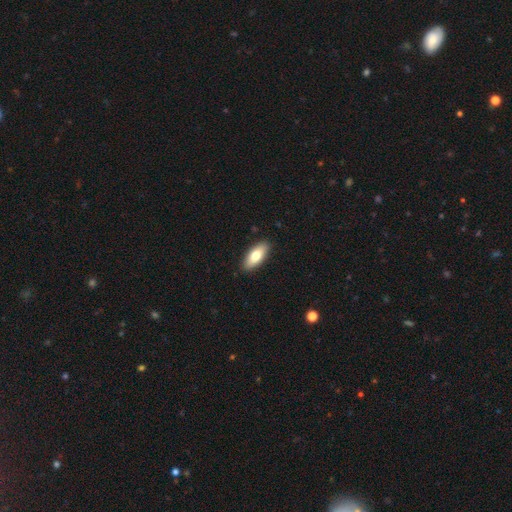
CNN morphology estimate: Overall: smooth (75%). How rounded: in between (83%). Merging: none (90%).